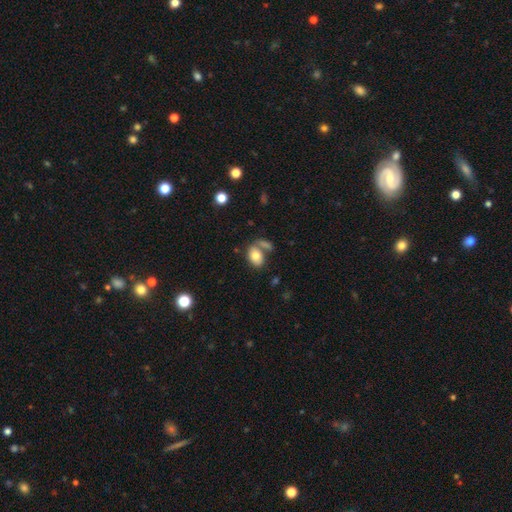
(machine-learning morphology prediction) smooth_or_featured: smooth (p=0.77) [alt: featured or disk p=0.16]
how_rounded: in between (p=0.83) [alt: round p=0.15]
merging: none (p=0.48) [alt: merger p=0.29]